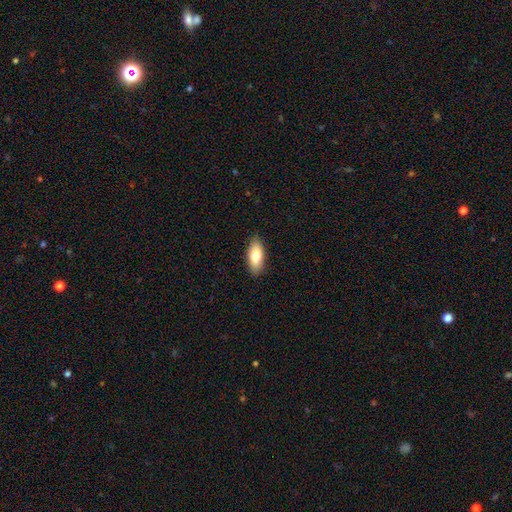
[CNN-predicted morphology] The model was most divided on "smooth or featured": smooth: 79%, featured or disk: 14%, star or artifact: 6%. More confident: merging — none (89%); how rounded — in between (83%).